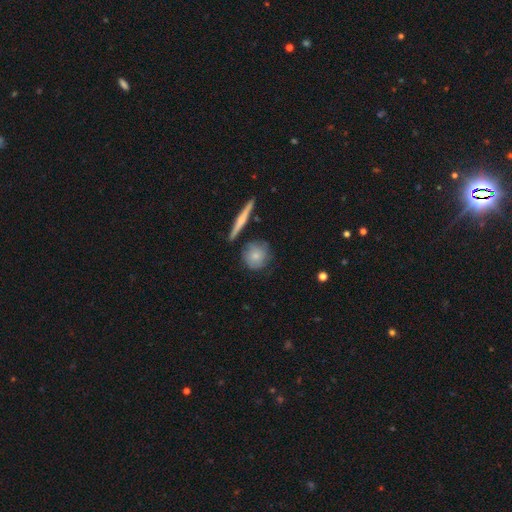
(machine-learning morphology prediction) This is likely a smooth galaxy (65%). How rounded: clearly round (82%). Merging: likely none (69%).